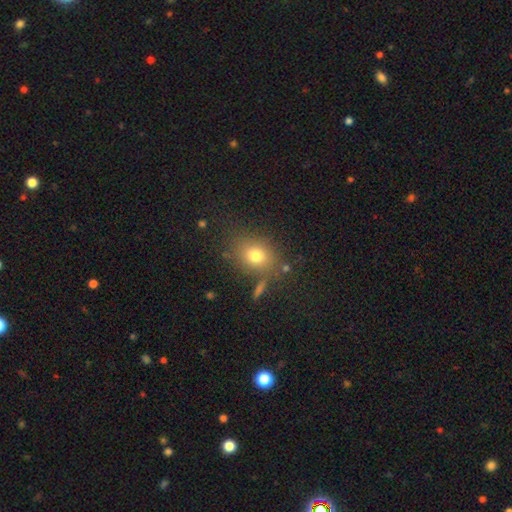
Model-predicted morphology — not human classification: A smooth galaxy with no disk features (74%) that is round (56%).

Vote fractions:
- Smooth or featured? smooth: 74% / star or artifact: 14% / featured or disk: 11%
- How rounded? round: 56% / in between: 43% / cigar-shaped: 1%
- Merging? none: 76% / minor disturbance: 12% / merger: 6% / major disturbance: 6%